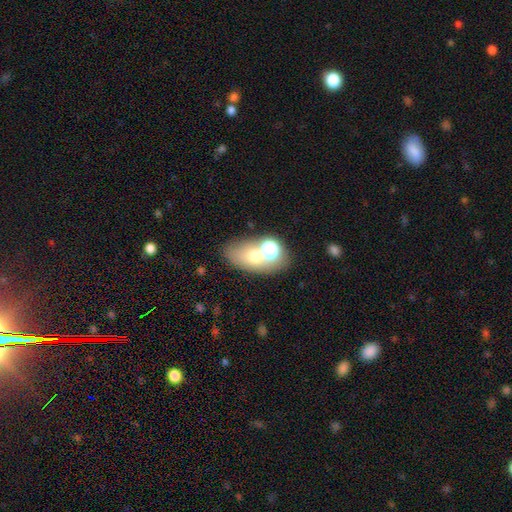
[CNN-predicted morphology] smooth 61%, featured or disk 24%, star or artifact 15%. Down the decision tree: how rounded — in between (78%); merging — none (51%).